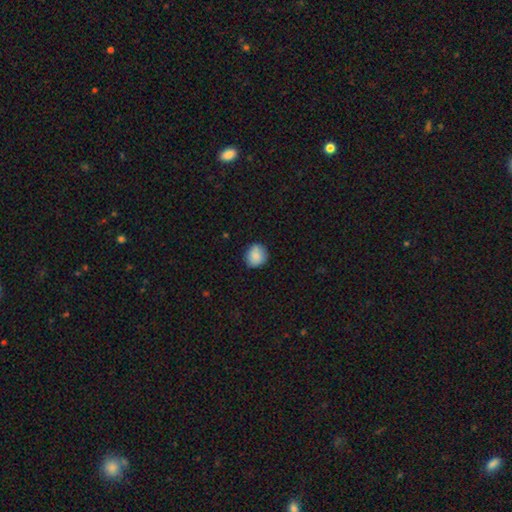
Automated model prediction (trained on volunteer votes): Overall: smooth (85%). How rounded: round (80%). Merging: none (79%).